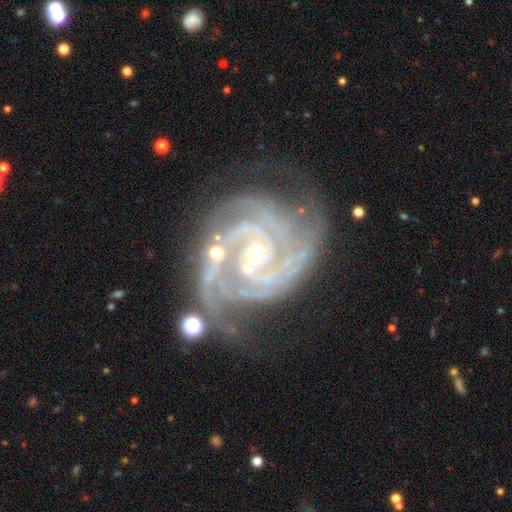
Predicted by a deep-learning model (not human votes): Smooth or featured? Predicted: featured or disk (p=0.92). Edge-on disk? Predicted: no (p=0.98). Bar? Predicted: no (p=0.64). Spiral arms? Predicted: yes (p=0.99). Spiral winding? Predicted: tight (p=0.71). Spiral arm count? Predicted: 3 (p=0.32). Bulge size? Predicted: small (p=0.77). Merging? Predicted: none (p=0.57).